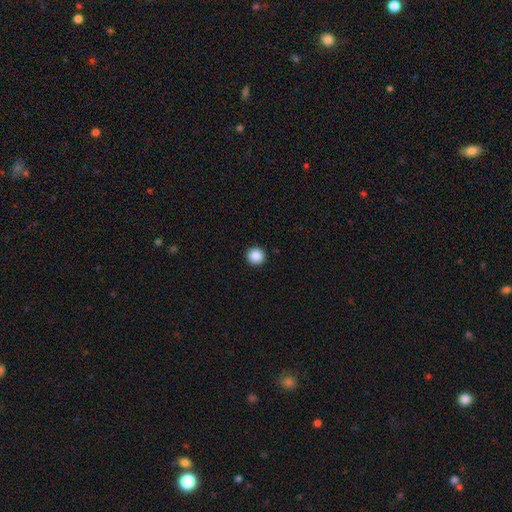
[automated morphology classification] This is clearly a smooth galaxy (88%). How rounded: clearly round (96%). Merging: clearly none (94%).